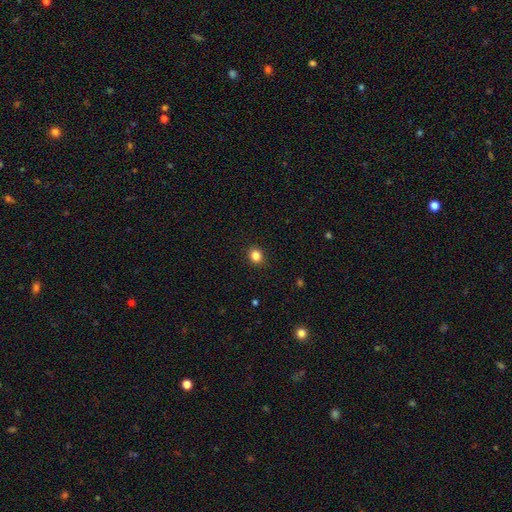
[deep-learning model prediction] Smooth or featured: smooth — 84% (star or artifact — 11%)
How rounded: round — 76% (in between — 23%)
Merging: none — 91% (minor disturbance — 6%)